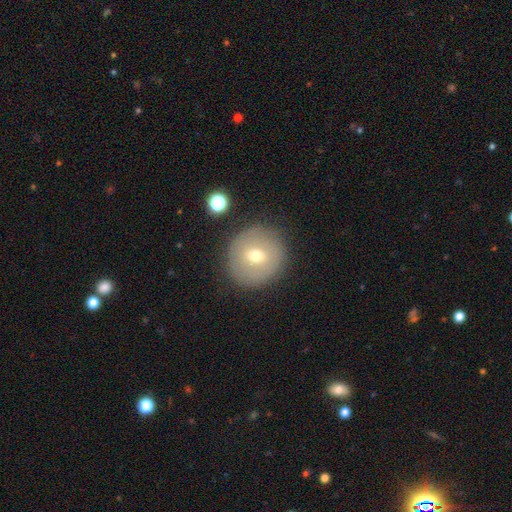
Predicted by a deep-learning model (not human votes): smooth_or_featured: smooth (p=0.56) [alt: featured or disk p=0.34]
how_rounded: round (p=0.92) [alt: in between p=0.07]
merging: none (p=0.86) [alt: minor disturbance p=0.09]